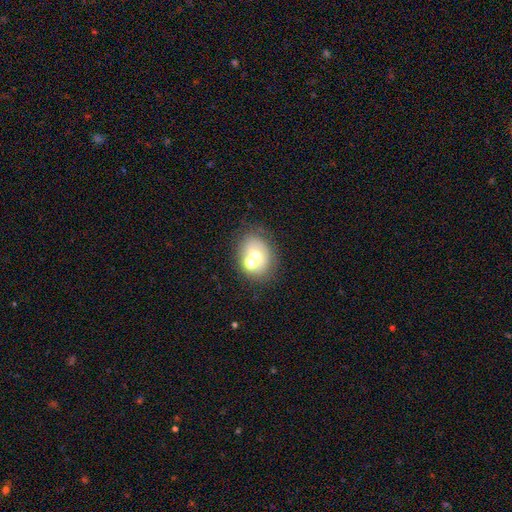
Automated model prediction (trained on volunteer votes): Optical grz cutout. It shows a smooth galaxy with no disk features (53%) that is round (52%). Merging: none (52%).